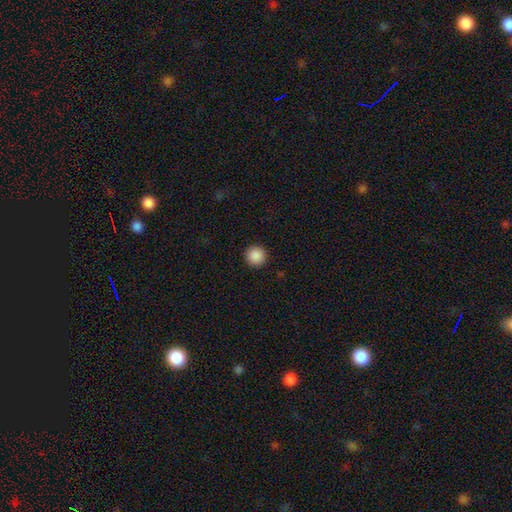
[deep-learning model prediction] Smooth or featured?
  - smooth: 89% *
  - star or artifact: 9%
  - featured or disk: 2%
How rounded?
  - round: 96% *
  - in between: 3%
  - cigar-shaped: 1%
Merging?
  - none: 93% *
  - minor disturbance: 4%
  - major disturbance: 2%
  - merger: 1%